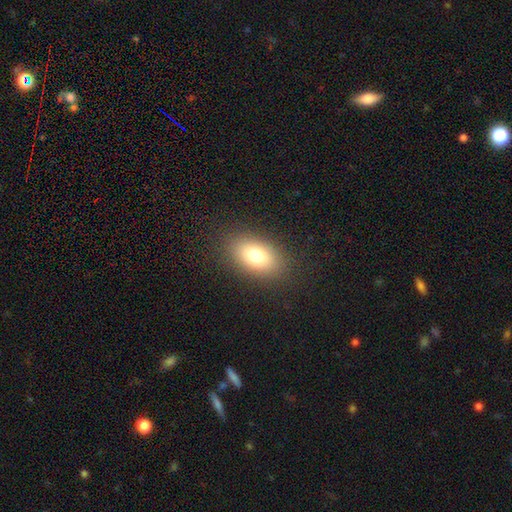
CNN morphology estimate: This is likely a smooth galaxy (76%). How rounded: clearly in between (86%). Merging: clearly none (86%).